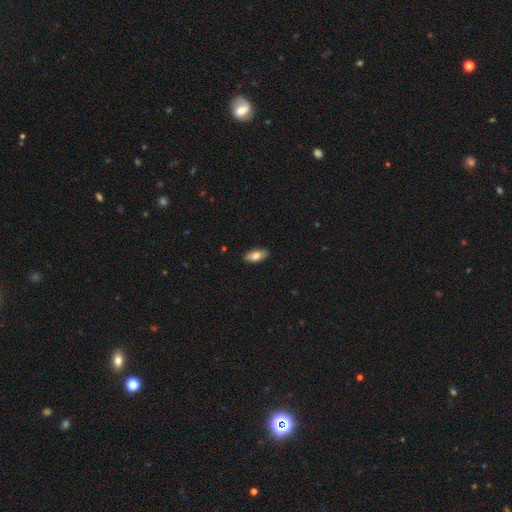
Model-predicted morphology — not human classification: smooth_or_featured: smooth (p=0.81) [alt: featured or disk p=0.13]
how_rounded: in between (p=0.90) [alt: cigar-shaped p=0.08]
merging: none (p=0.88) [alt: minor disturbance p=0.09]